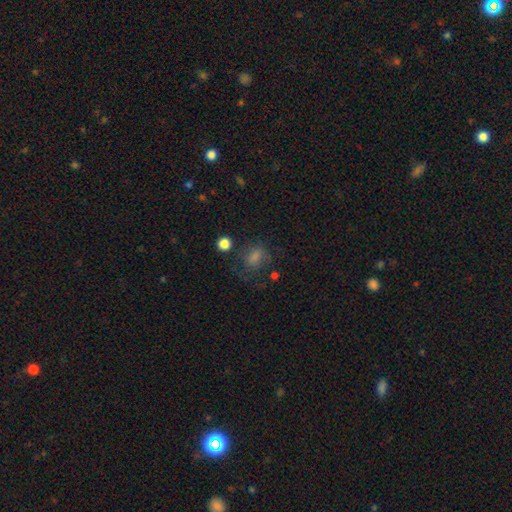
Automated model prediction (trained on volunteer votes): Q: Smooth or featured?
A: smooth (58%); runner-up: star or artifact (24%)
Q: How rounded?
A: round (55%); runner-up: in between (43%)
Q: Merging?
A: none (62%); runner-up: minor disturbance (19%)